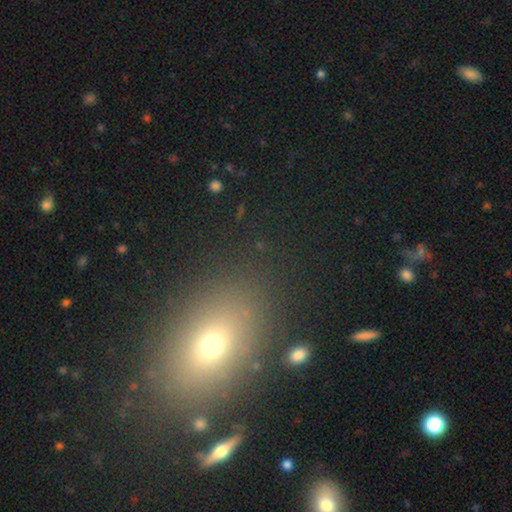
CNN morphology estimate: This appears to be a smooth galaxy with no disk features (60%) that is in between round and cigar-shaped (72%). Merging: none (84%).